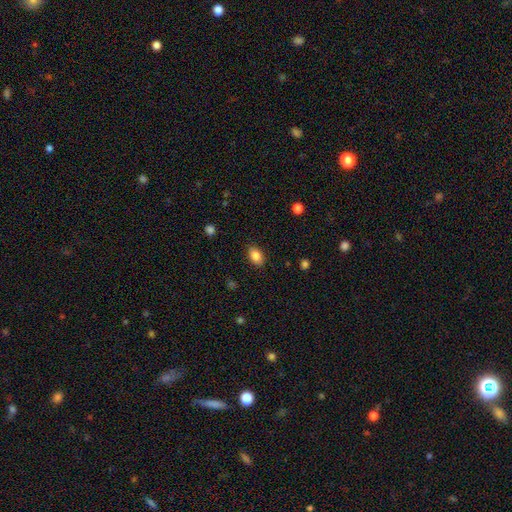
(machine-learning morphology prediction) Smooth or featured? smooth (85%)
How rounded? in between (86%)
Merging? none (86%)